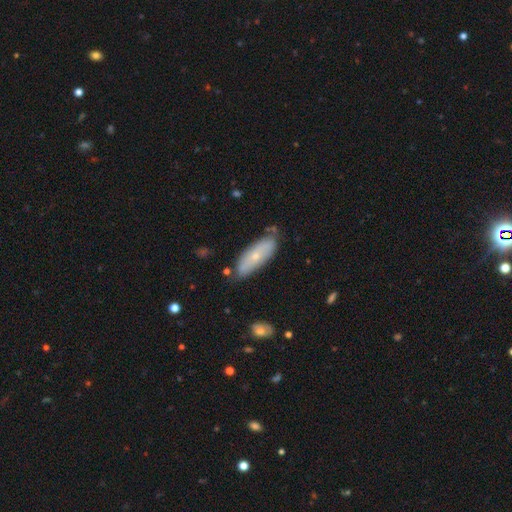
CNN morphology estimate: Smooth or featured: smooth — 56% (featured or disk — 37%)
How rounded: in between — 63% (cigar-shaped — 35%)
Merging: none — 68% (minor disturbance — 23%)